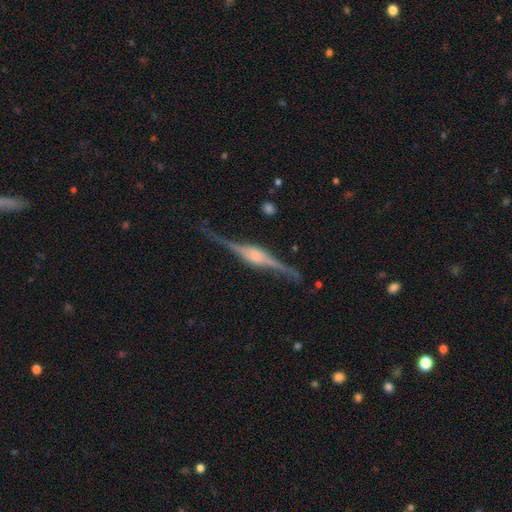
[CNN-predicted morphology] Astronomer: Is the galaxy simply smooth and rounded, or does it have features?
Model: featured or disk — 89%.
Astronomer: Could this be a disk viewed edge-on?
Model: yes — 96%.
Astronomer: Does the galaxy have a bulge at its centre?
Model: rounded — 67%.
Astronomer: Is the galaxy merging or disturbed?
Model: none — 80%.